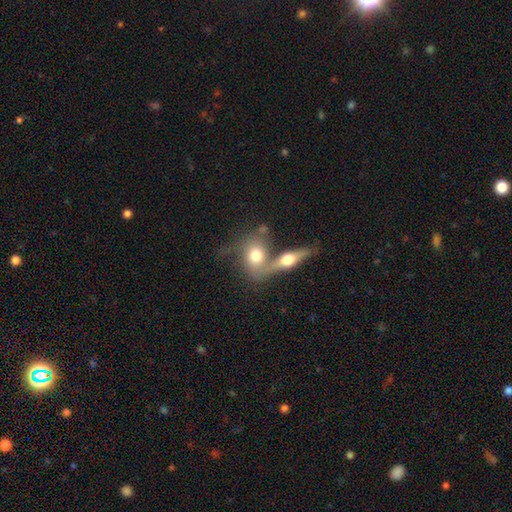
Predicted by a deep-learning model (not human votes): Q: Smooth or featured?
A: smooth (55%); runner-up: featured or disk (38%)
Q: How rounded?
A: in between (55%); runner-up: round (39%)
Q: Merging?
A: merger (56%); runner-up: none (27%)